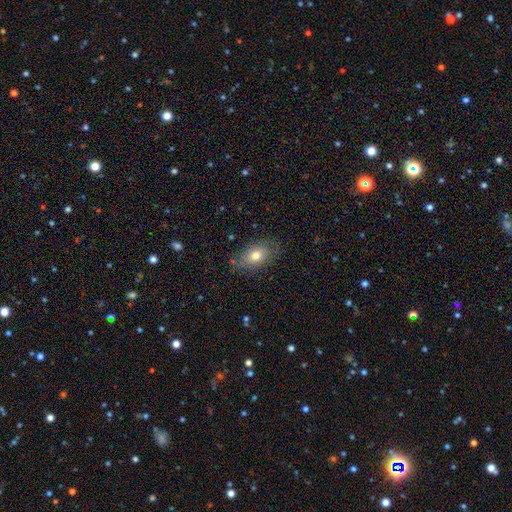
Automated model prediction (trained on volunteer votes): Smooth or featured?
  - smooth: 72% *
  - featured or disk: 19%
  - star or artifact: 9%
How rounded?
  - in between: 87% *
  - round: 10%
  - cigar-shaped: 2%
Merging?
  - none: 79% *
  - minor disturbance: 16%
  - major disturbance: 4%
  - merger: 2%